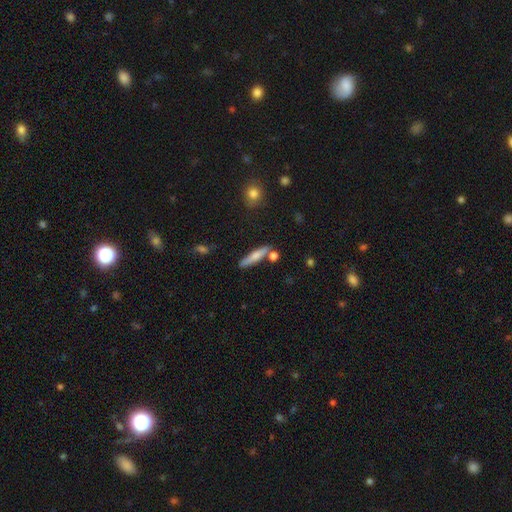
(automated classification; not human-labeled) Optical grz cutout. It shows a smooth galaxy with no disk features (60%) that is cigar-shaped (87%). Merging: none (79%).